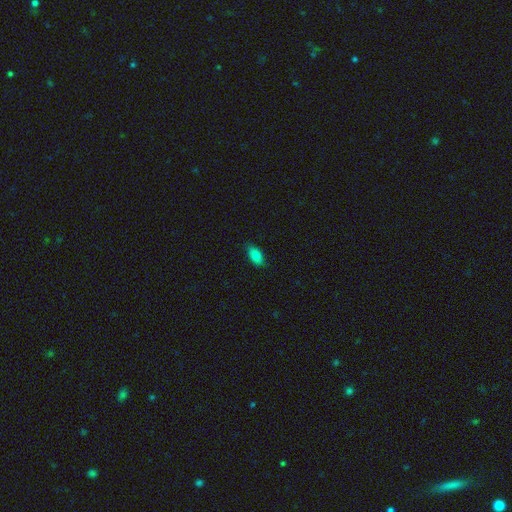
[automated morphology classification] This is clearly a smooth galaxy (84%). How rounded: clearly in between (91%). Merging: likely none (78%).